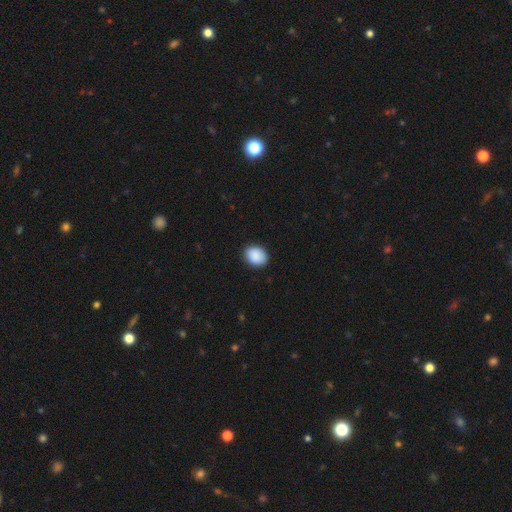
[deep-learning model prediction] A smooth galaxy with no disk features (90%) that is in between round and cigar-shaped (60%).

Vote fractions:
- Smooth or featured? smooth: 90% / star or artifact: 7% / featured or disk: 3%
- How rounded? in between: 60% / round: 40% / cigar-shaped: 1%
- Merging? none: 88% / minor disturbance: 9% / major disturbance: 2% / merger: 1%